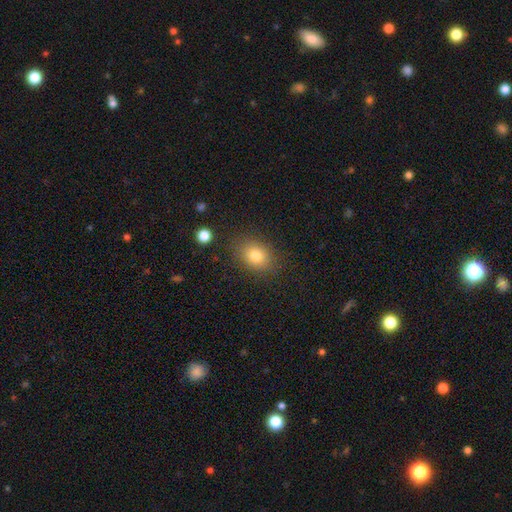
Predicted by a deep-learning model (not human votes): Smooth or featured? smooth (80%)
How rounded? in between (54%)
Merging? none (85%)